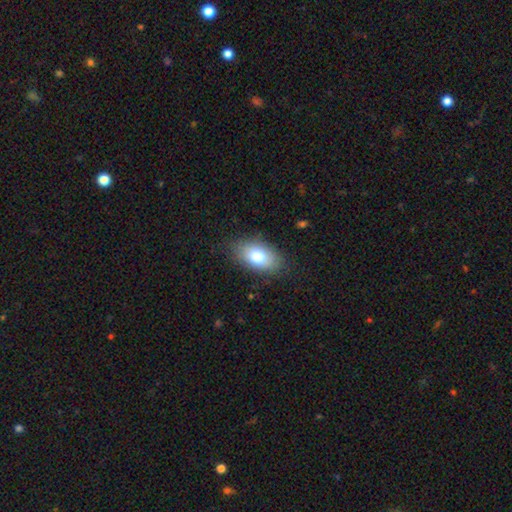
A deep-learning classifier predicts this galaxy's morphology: This is likely a smooth galaxy (78%). How rounded: clearly in between (90%). Merging: clearly none (83%).